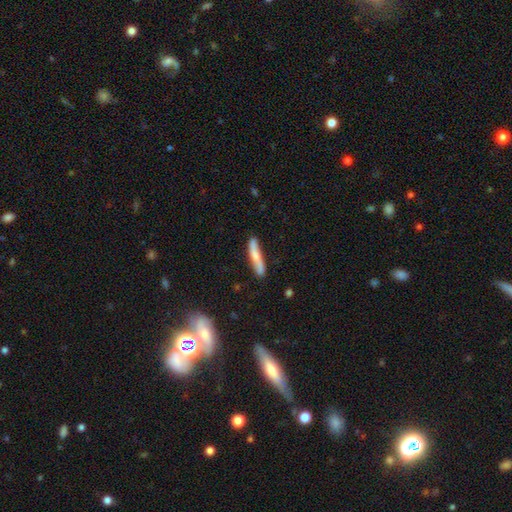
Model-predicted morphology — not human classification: The model was most divided on "smooth or featured": smooth: 61%, featured or disk: 33%, star or artifact: 6%. More confident: how rounded — cigar-shaped (90%); merging — none (77%).